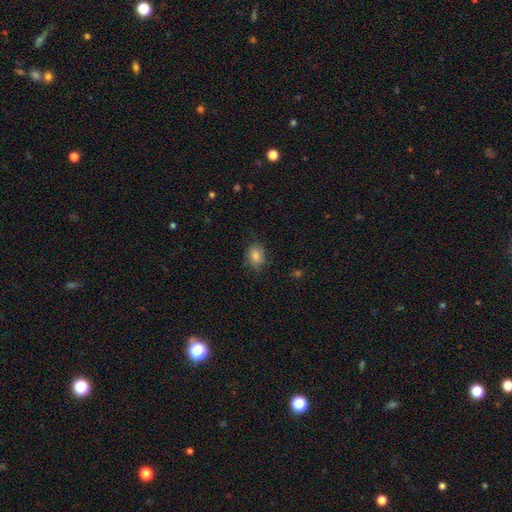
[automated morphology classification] Smooth or featured? smooth (78%)
How rounded? round (54%)
Merging? none (75%)